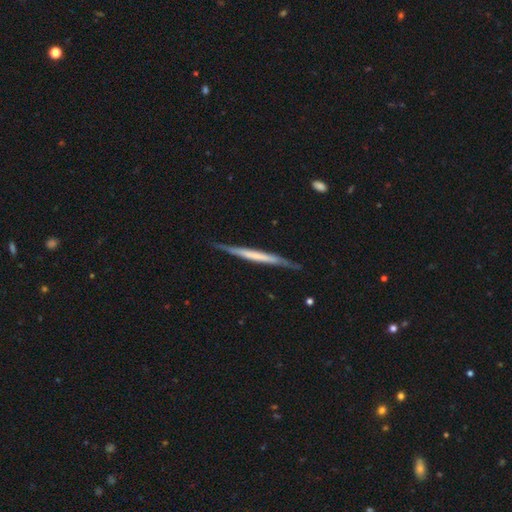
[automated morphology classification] Smooth or featured? featured or disk (58%)
Edge-on disk? yes (96%)
Edge-on bulge? none (77%)
Merging? none (84%)